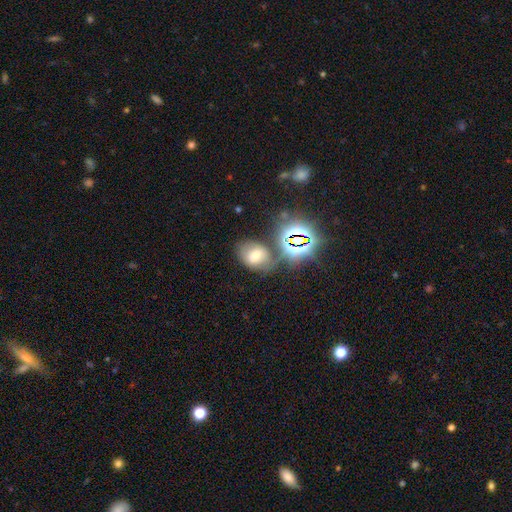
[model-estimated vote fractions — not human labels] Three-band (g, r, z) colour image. It shows a smooth galaxy with no disk features (50%). Merging: none (59%).